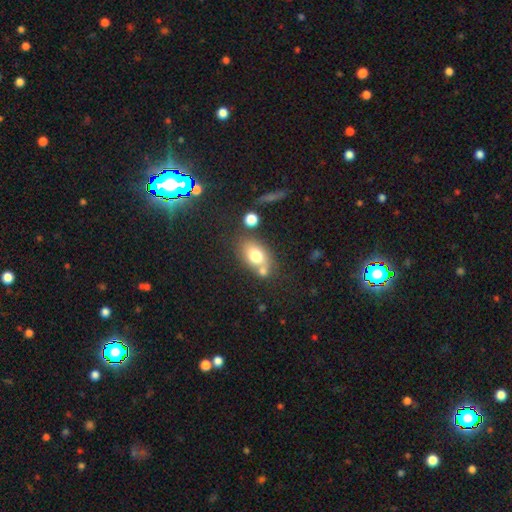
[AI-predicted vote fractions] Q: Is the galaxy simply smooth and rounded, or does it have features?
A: smooth — 72%.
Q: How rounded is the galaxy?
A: in between — 76%.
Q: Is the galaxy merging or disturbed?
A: none — 54%.